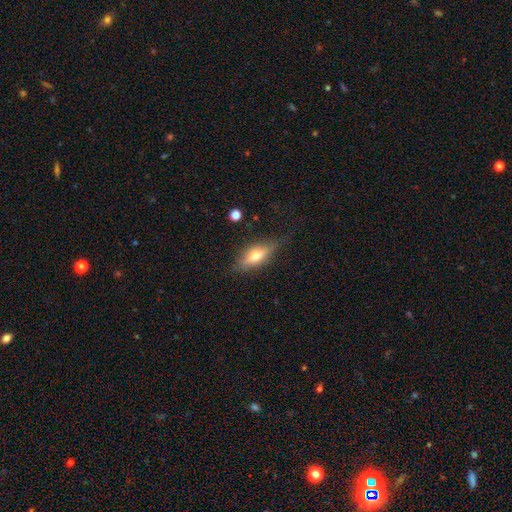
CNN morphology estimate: Q: Smooth or featured?
A: smooth (52%); runner-up: featured or disk (40%)
Q: How rounded?
A: in between (61%); runner-up: cigar-shaped (34%)
Q: Merging?
A: none (76%); runner-up: minor disturbance (17%)